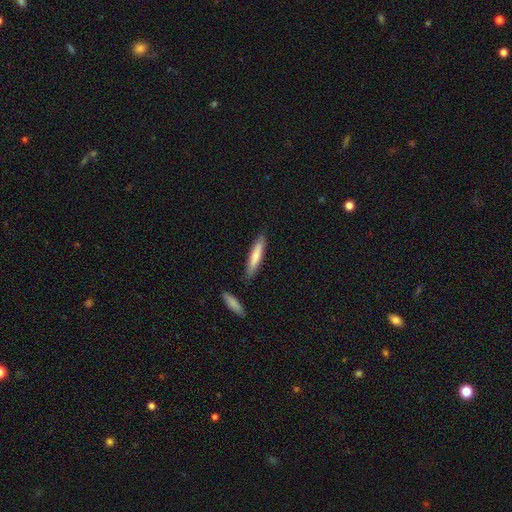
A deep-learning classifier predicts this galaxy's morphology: Q: Smooth or featured?
A: smooth (73%); runner-up: featured or disk (22%)
Q: How rounded?
A: cigar-shaped (87%); runner-up: in between (12%)
Q: Merging?
A: none (83%); runner-up: minor disturbance (11%)